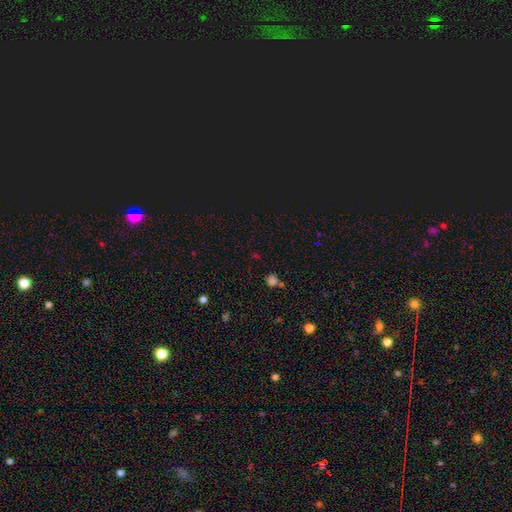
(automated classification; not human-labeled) Smooth or featured? star or artifact (49%)